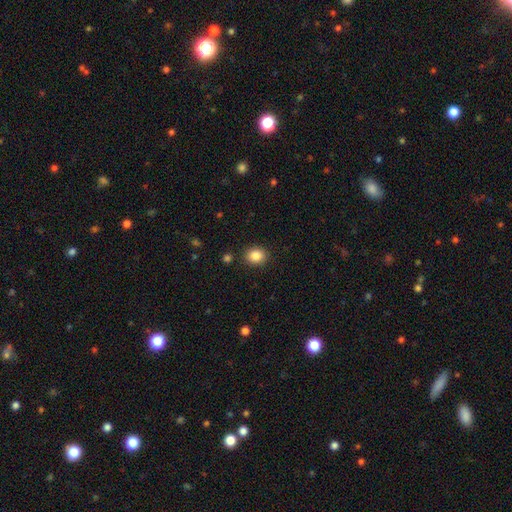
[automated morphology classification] smooth_or_featured: smooth (p=0.86) [alt: star or artifact p=0.10]
how_rounded: round (p=0.62) [alt: in between p=0.37]
merging: none (p=0.88) [alt: minor disturbance p=0.08]